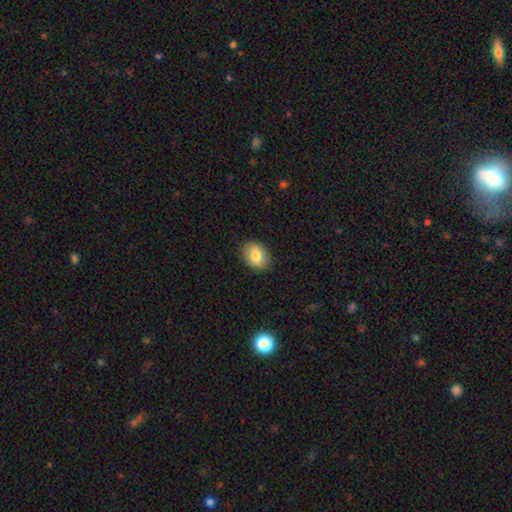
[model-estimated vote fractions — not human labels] Overall: smooth (79%). How rounded: in between (72%). Merging: none (87%).